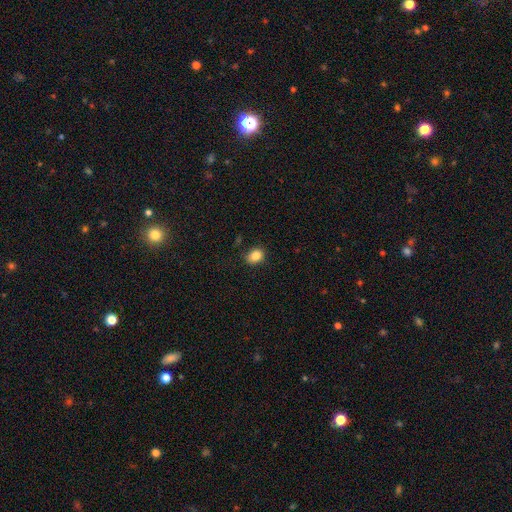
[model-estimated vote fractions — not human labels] smooth 84%, star or artifact 10%, featured or disk 6%. Down the decision tree: how rounded — in between (58%); merging — none (85%).